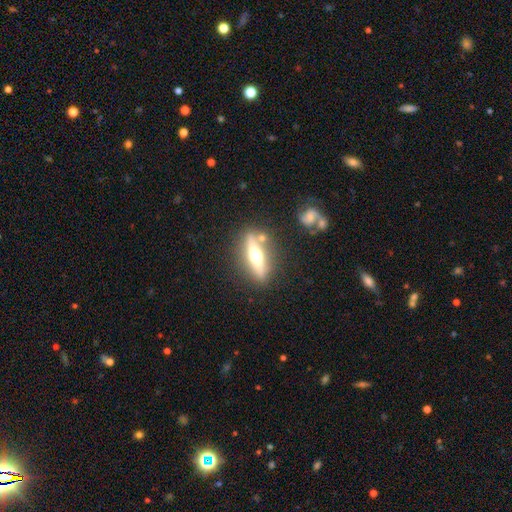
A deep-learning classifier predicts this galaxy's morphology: Smooth or featured: featured or disk — 62% (smooth — 32%)
Edge-on disk: yes — 90% (no — 10%)
Edge-on bulge: rounded — 93% (boxy — 4%)
Merging: none — 78% (minor disturbance — 12%)